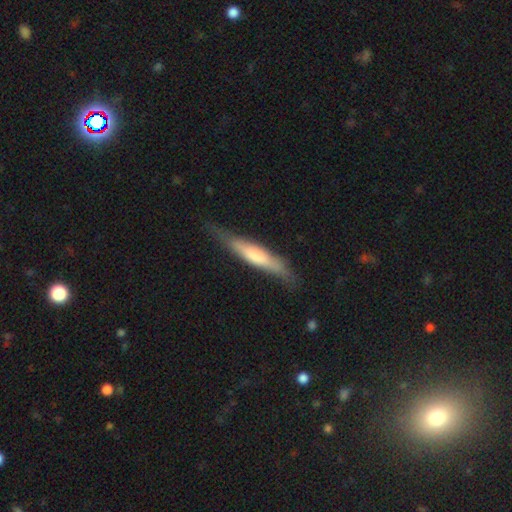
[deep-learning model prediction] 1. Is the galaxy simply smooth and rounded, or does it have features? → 54% smooth, 40% featured or disk, 5% star or artifact.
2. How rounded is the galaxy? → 87% cigar-shaped, 12% in between, 1% round.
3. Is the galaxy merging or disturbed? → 75% none, 19% minor disturbance, 5% major disturbance, 2% merger.